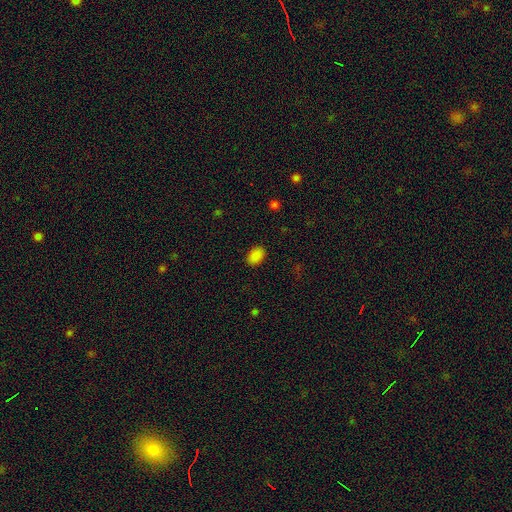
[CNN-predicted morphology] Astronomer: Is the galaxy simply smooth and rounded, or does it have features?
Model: smooth — 87%.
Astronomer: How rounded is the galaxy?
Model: in between — 84%.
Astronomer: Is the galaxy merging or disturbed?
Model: none — 88%.